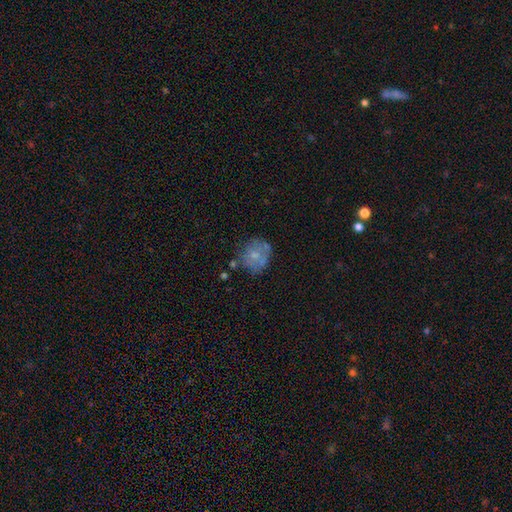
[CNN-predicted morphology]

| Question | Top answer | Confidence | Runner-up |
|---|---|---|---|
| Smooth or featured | smooth | 58% | featured or disk (33%) |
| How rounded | round | 75% | in between (24%) |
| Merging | none | 54% | minor disturbance (25%) |